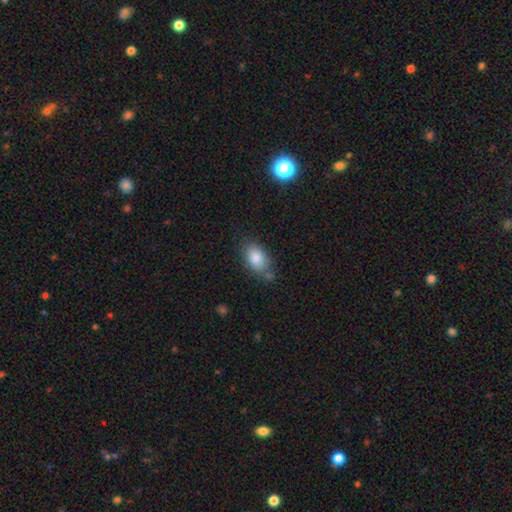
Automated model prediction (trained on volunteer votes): A smooth galaxy with no disk features (82%) that is in between round and cigar-shaped (85%).

Vote fractions:
- Smooth or featured? smooth: 82% / star or artifact: 9% / featured or disk: 9%
- How rounded? in between: 85% / round: 13% / cigar-shaped: 2%
- Merging? none: 69% / minor disturbance: 20% / merger: 7% / major disturbance: 4%